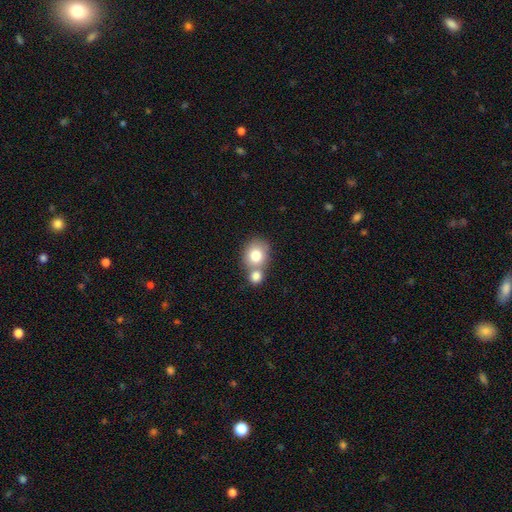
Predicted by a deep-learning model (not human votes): smooth_or_featured: smooth (p=0.78) [alt: featured or disk p=0.13]
how_rounded: round (p=0.68) [alt: in between p=0.31]
merging: merger (p=0.48) [alt: none p=0.40]